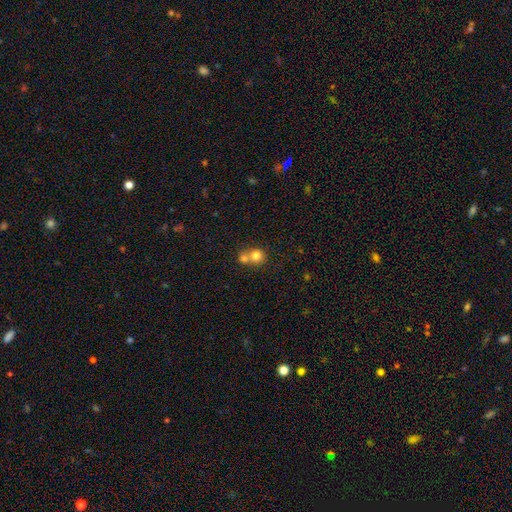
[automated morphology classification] smooth-or-featured: smooth: 77% | featured or disk: 12% | star or artifact: 11%
  how-rounded: round: 85% | in between: 14% | cigar-shaped: 1%
  merging: merger: 55% | none: 37% | minor disturbance: 5% | major disturbance: 2%